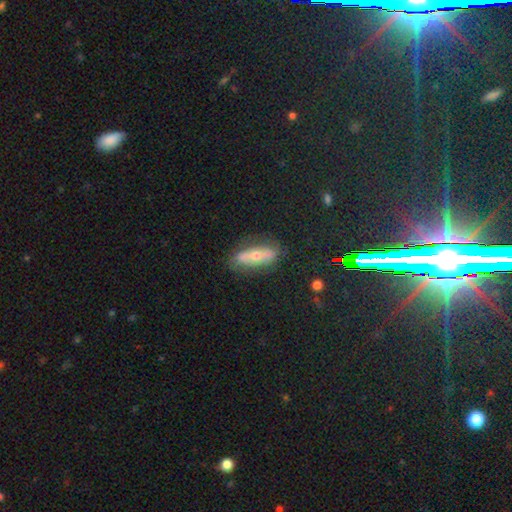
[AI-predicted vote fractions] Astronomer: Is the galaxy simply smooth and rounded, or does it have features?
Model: featured or disk — 47% (runner-up: smooth, 44%).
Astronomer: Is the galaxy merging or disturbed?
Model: none — 73%.